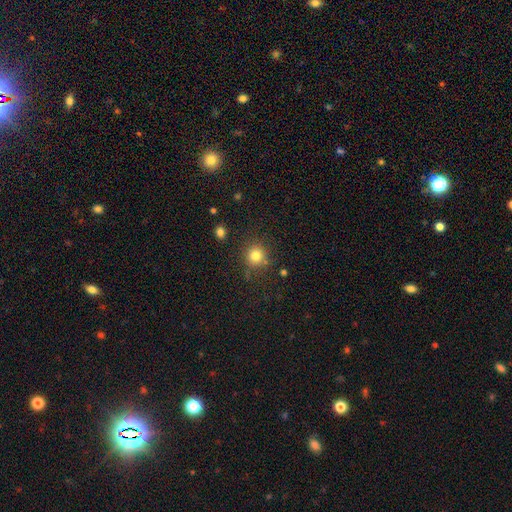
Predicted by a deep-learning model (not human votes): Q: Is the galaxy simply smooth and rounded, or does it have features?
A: smooth — 82%.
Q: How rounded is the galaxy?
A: round — 92%.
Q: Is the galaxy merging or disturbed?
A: none — 82%.